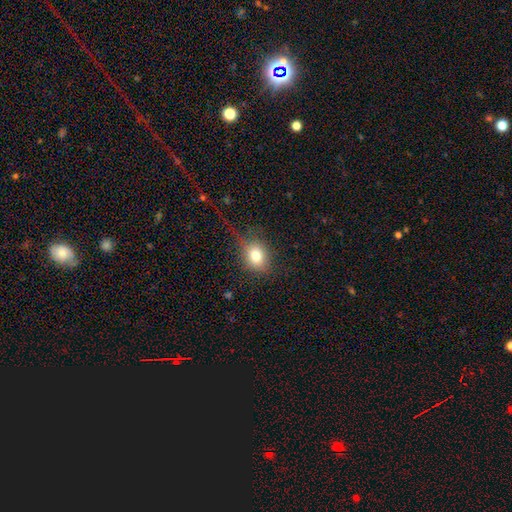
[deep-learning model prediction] Smooth or featured? Predicted: smooth (p=0.78). How rounded? Predicted: in between (p=0.49, tied with round). Merging? Predicted: none (p=0.68).